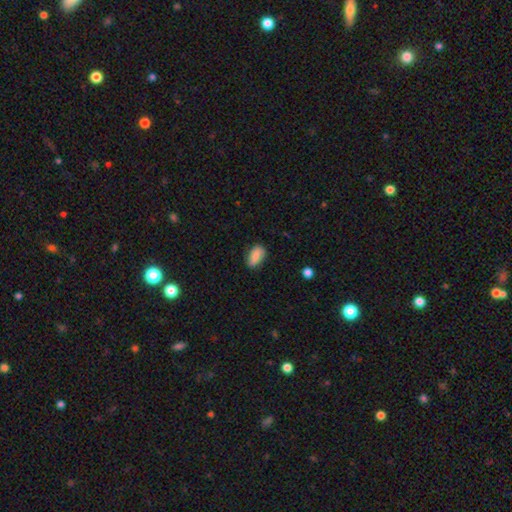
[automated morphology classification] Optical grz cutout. It shows a smooth galaxy with no disk features (82%) that is in between round and cigar-shaped (90%). Merging: none (76%).